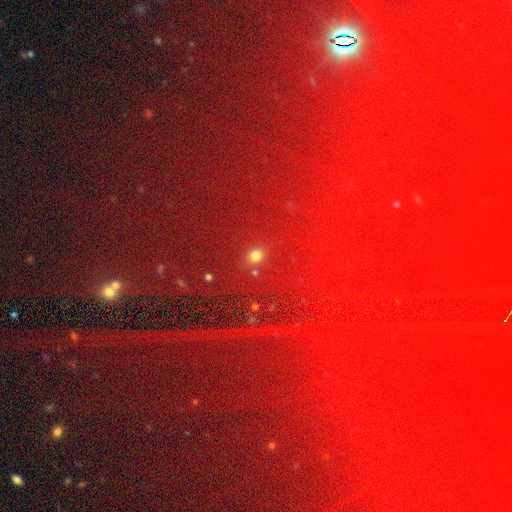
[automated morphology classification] type=smooth (60%); roundness=round (57%); merging=none (79%).